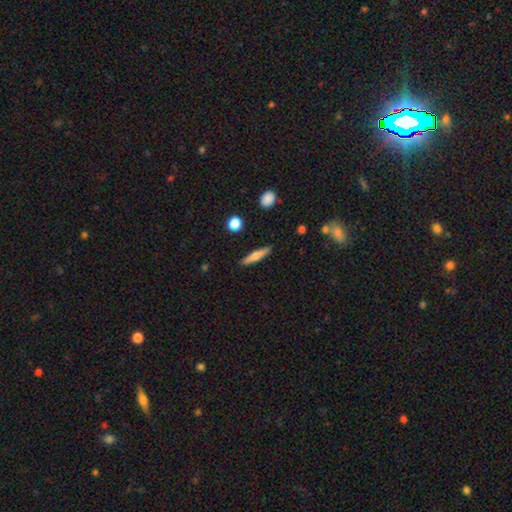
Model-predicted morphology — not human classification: Overall: smooth (56%; featured or disk 37%). How rounded: cigar-shaped (85%). Merging: none (88%).